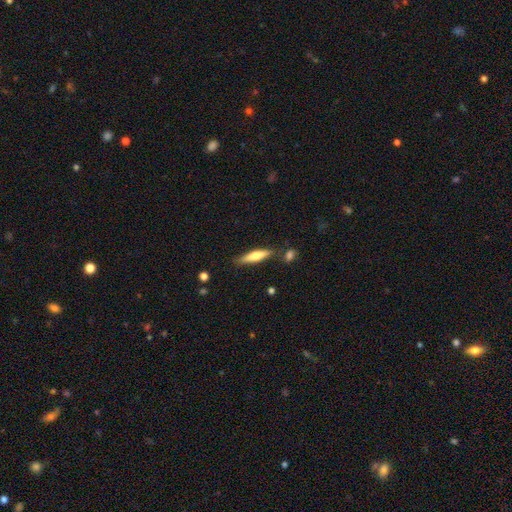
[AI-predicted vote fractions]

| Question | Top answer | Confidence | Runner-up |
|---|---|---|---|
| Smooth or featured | smooth | 59% | featured or disk (35%) |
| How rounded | cigar-shaped | 78% | in between (20%) |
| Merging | none | 78% | minor disturbance (13%) |